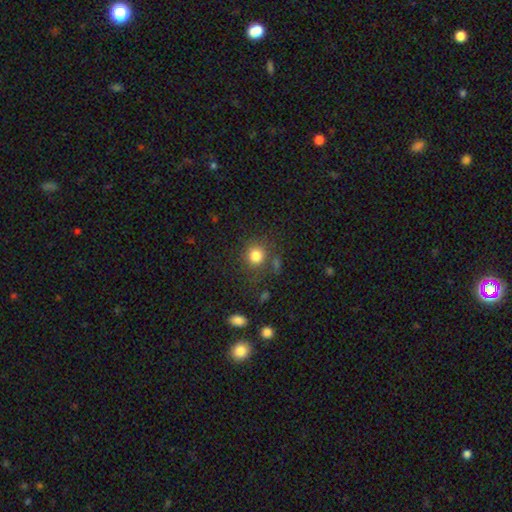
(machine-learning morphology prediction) smooth-or-featured: smooth: 82% | star or artifact: 12% | featured or disk: 6%
  how-rounded: round: 86% | in between: 13% | cigar-shaped: 1%
  merging: none: 76% | minor disturbance: 12% | merger: 7% | major disturbance: 5%